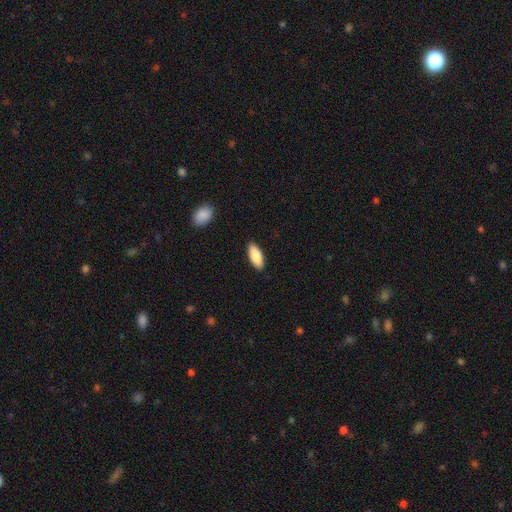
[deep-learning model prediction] A smooth galaxy with no disk features (84%) that is in between round and cigar-shaped (80%).

Vote fractions:
- Smooth or featured? smooth: 84% / featured or disk: 10% / star or artifact: 6%
- How rounded? in between: 80% / cigar-shaped: 18% / round: 2%
- Merging? none: 89% / minor disturbance: 8% / major disturbance: 2% / merger: 1%